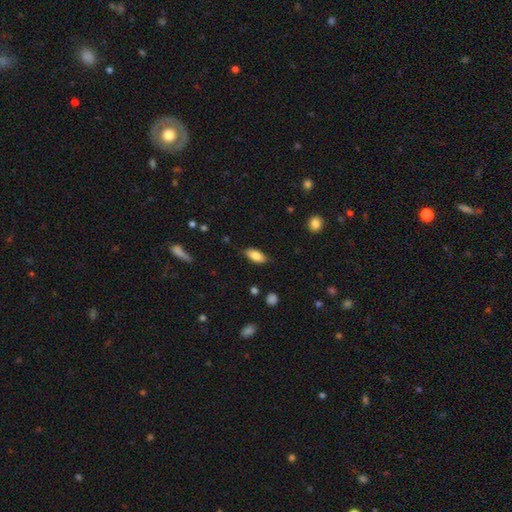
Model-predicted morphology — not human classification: Smooth or featured: smooth — 83% (featured or disk — 10%)
How rounded: in between — 86% (cigar-shaped — 12%)
Merging: none — 82% (minor disturbance — 14%)